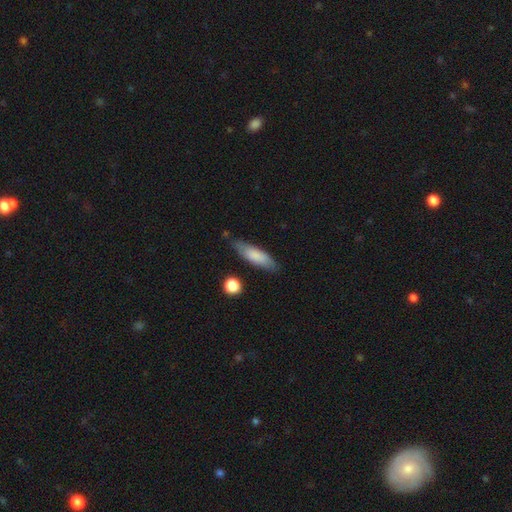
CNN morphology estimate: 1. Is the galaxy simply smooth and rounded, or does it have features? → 79% smooth, 15% featured or disk, 6% star or artifact.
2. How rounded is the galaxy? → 53% cigar-shaped, 45% in between, 2% round.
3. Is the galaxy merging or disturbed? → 75% none, 18% minor disturbance, 4% major disturbance, 3% merger.